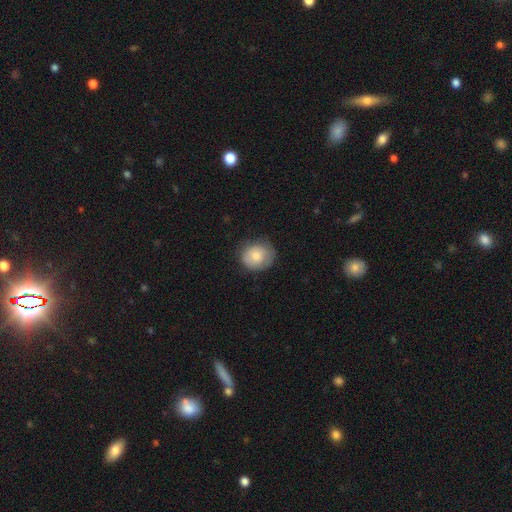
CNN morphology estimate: This appears to be a smooth galaxy with no disk features (74%) that is round (71%). Merging: none (72%).